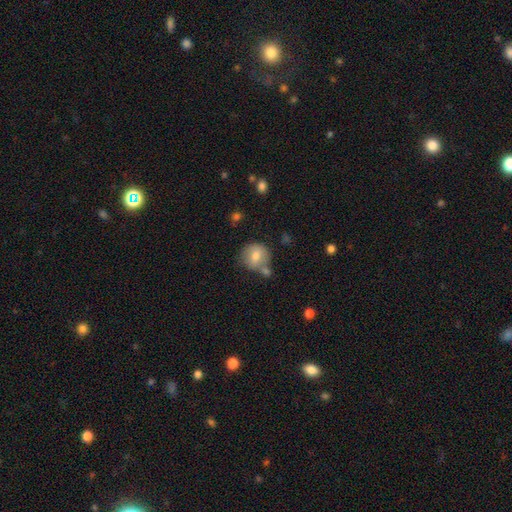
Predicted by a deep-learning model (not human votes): Q: Smooth or featured?
A: smooth (75%); runner-up: featured or disk (16%)
Q: How rounded?
A: round (86%); runner-up: in between (13%)
Q: Merging?
A: none (57%); runner-up: merger (23%)